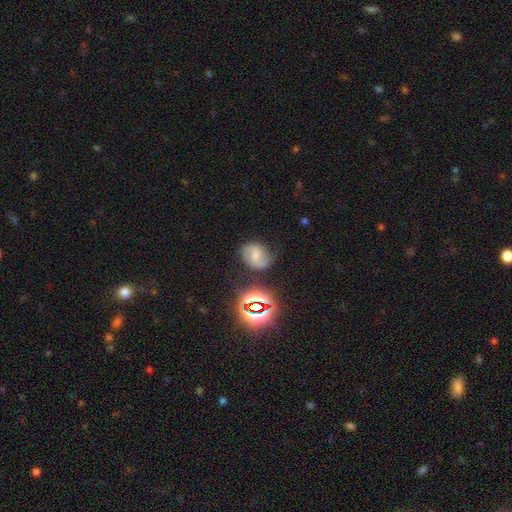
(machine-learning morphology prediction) smooth_or_featured: featured or disk (p=0.48) [alt: smooth p=0.36]
merging: none (p=0.69) [alt: minor disturbance p=0.20]